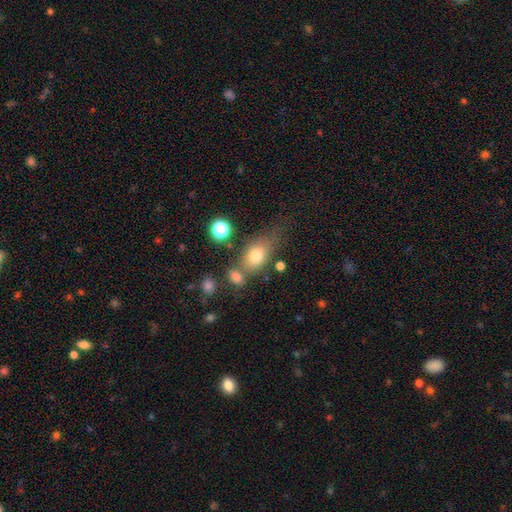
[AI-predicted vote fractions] This is likely a smooth galaxy (73%). How rounded: likely in between (76%). Merging: possibly none (48%).